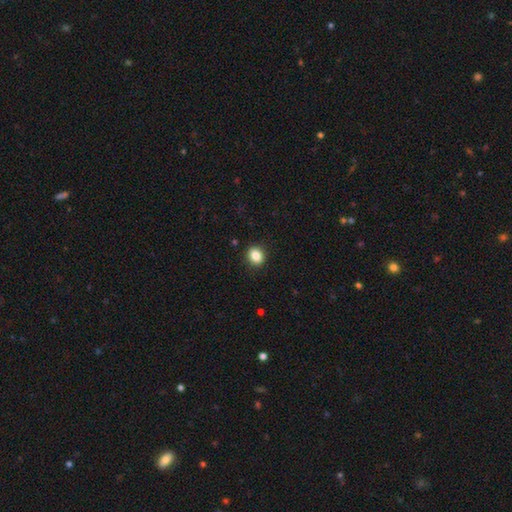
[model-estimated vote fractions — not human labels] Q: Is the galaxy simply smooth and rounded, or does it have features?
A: smooth — 85%.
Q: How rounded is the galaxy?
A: round — 61%.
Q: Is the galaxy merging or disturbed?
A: none — 90%.